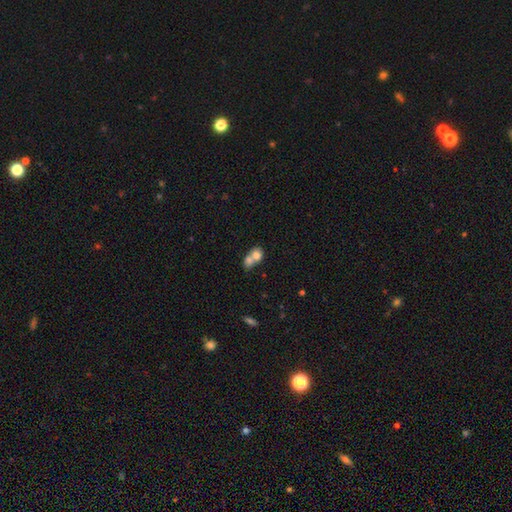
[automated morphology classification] Smooth or featured?
  - smooth: 72% *
  - featured or disk: 19%
  - star or artifact: 9%
How rounded?
  - round: 54% *
  - in between: 44%
  - cigar-shaped: 2%
Merging?
  - merger: 72% *
  - none: 19%
  - minor disturbance: 6%
  - major disturbance: 4%